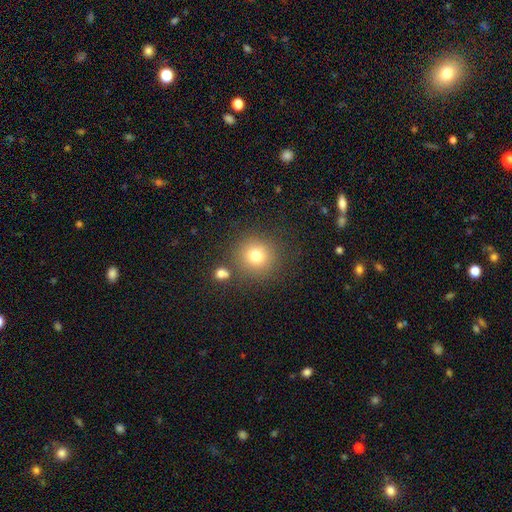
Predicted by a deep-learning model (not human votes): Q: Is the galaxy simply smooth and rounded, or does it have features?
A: smooth — 77%.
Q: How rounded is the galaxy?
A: round — 92%.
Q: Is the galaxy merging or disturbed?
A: none — 81%.